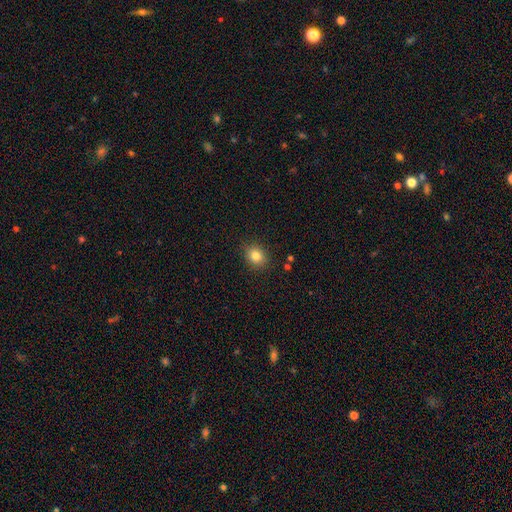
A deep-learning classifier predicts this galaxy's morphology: smooth 82%, star or artifact 11%, featured or disk 7%. Down the decision tree: how rounded — round (69%); merging — none (88%).